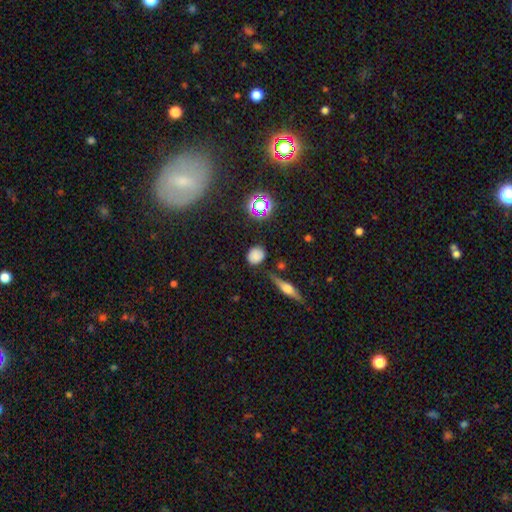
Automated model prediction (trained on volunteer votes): This is likely a smooth galaxy (75%). How rounded: likely round (69%). Merging: clearly none (82%).